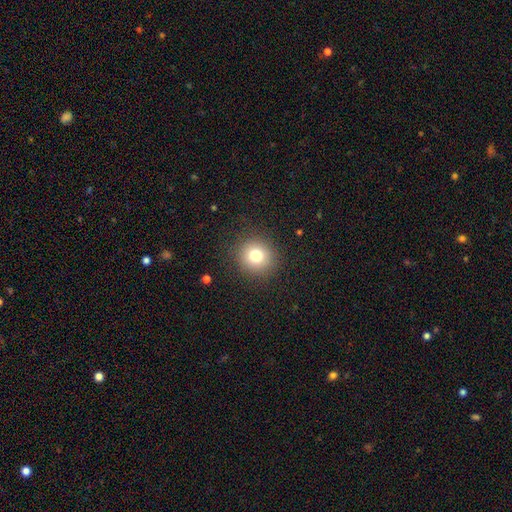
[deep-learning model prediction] smooth 77%, star or artifact 13%, featured or disk 10%. Down the decision tree: how rounded — round (91%); merging — none (89%).